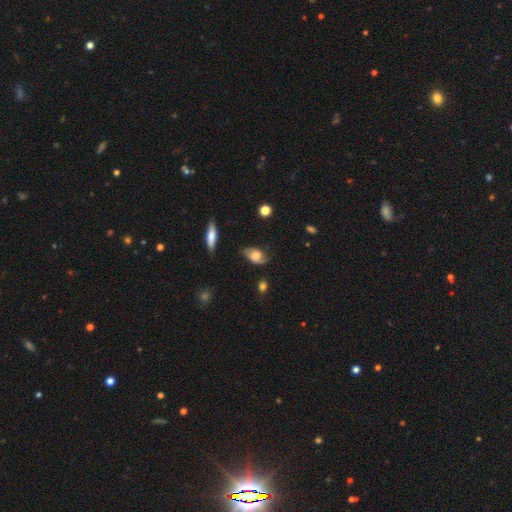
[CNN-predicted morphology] A smooth galaxy with no disk features (55%) that is in between round and cigar-shaped (85%). Merging: none (58%).